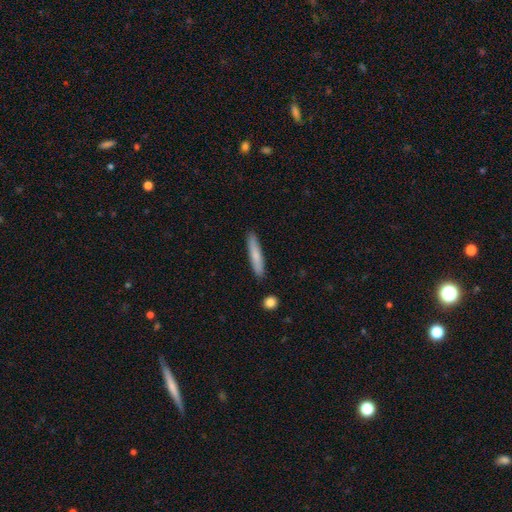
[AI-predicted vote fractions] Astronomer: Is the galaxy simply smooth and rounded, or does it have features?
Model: smooth — 75%.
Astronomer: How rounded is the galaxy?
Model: cigar-shaped — 91%.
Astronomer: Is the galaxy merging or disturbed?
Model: none — 89%.